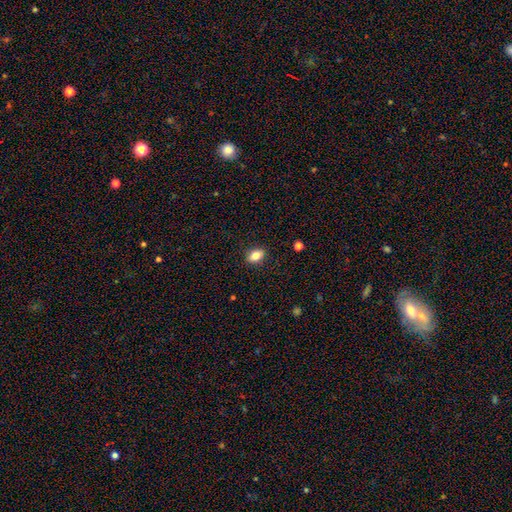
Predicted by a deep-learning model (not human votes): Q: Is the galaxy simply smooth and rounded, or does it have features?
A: smooth — 83%.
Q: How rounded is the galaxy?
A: in between — 84%.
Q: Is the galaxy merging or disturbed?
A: none — 89%.